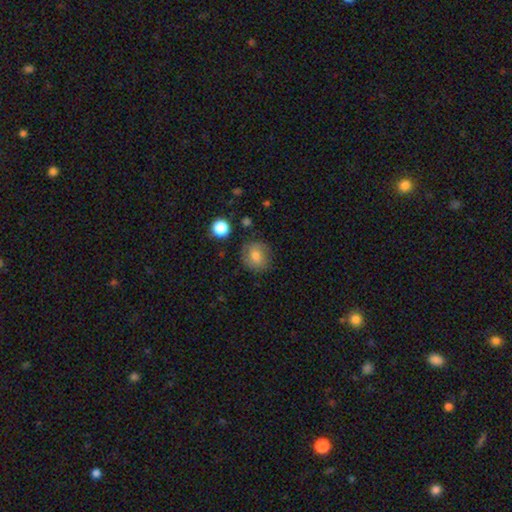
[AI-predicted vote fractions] Q: Smooth or featured?
A: smooth (75%); runner-up: featured or disk (16%)
Q: How rounded?
A: round (81%); runner-up: in between (18%)
Q: Merging?
A: none (77%); runner-up: minor disturbance (17%)